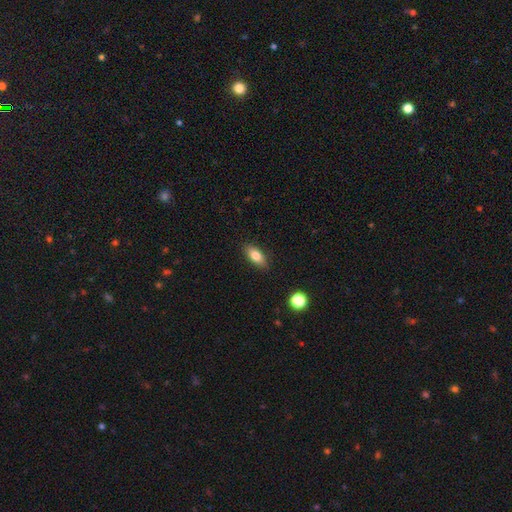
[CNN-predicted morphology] smooth_or_featured: smooth (p=0.80) [alt: featured or disk p=0.13]
how_rounded: in between (p=0.85) [alt: cigar-shaped p=0.11]
merging: none (p=0.88) [alt: minor disturbance p=0.09]